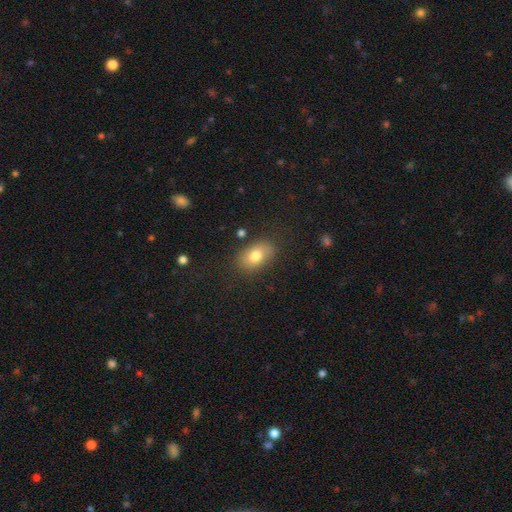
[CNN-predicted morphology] smooth_or_featured: smooth (p=0.77) [alt: featured or disk p=0.14]
how_rounded: in between (p=0.86) [alt: round p=0.13]
merging: none (p=0.78) [alt: minor disturbance p=0.15]